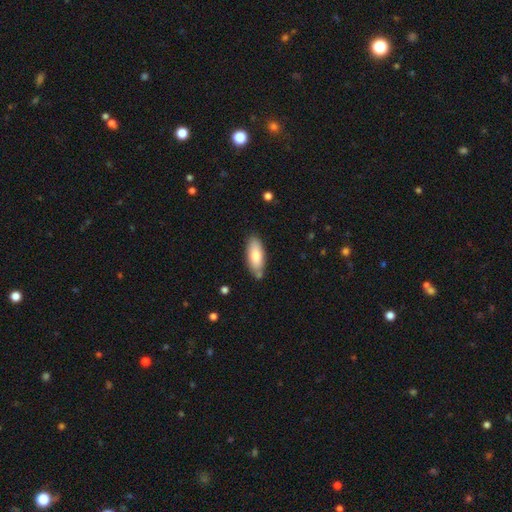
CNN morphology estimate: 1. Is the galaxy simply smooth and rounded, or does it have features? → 80% smooth, 15% featured or disk, 6% star or artifact.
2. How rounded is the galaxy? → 79% in between, 20% cigar-shaped, 2% round.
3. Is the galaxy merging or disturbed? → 77% none, 15% minor disturbance, 5% merger, 3% major disturbance.